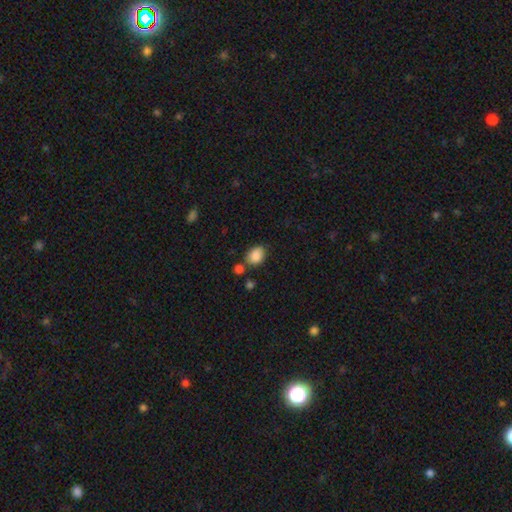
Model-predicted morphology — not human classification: This appears to be a smooth galaxy with no disk features (86%) that is in between round and cigar-shaped (69%). Merging: none (65%).